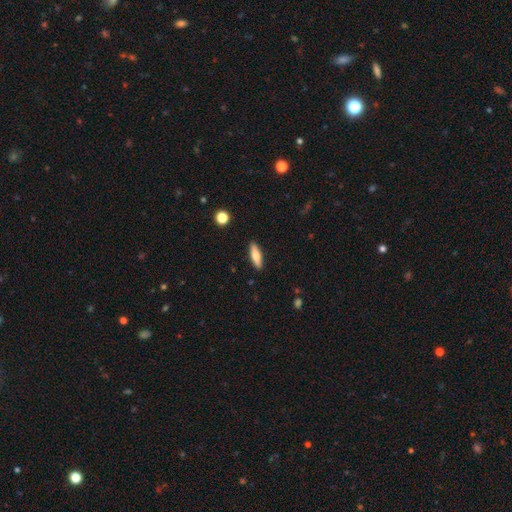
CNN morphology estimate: Smooth or featured: smooth — 71% (featured or disk — 23%)
How rounded: cigar-shaped — 60% (in between — 38%)
Merging: none — 90% (minor disturbance — 7%)